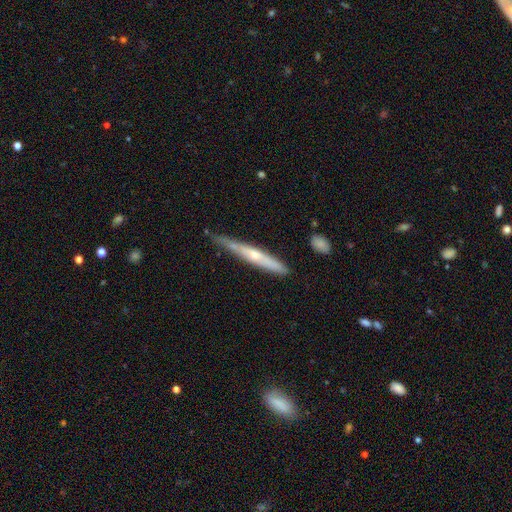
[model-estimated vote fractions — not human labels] featured or disk 56%, smooth 38%, star or artifact 6%. Down the decision tree: edge-on disk — yes (91%); edge-on bulge — rounded (62%); merging — none (70%).